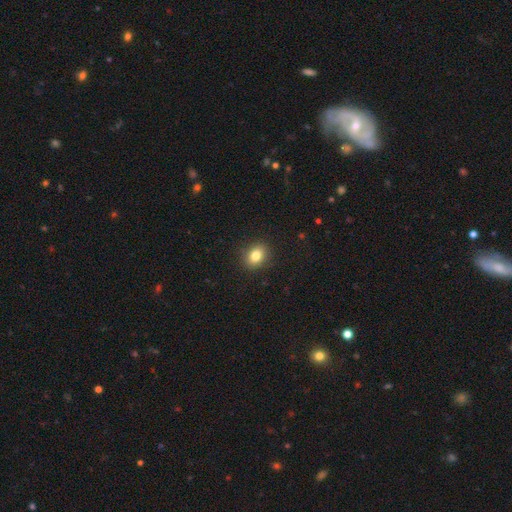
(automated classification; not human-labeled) smooth_or_featured: smooth (p=0.82) [alt: star or artifact p=0.10]
how_rounded: in between (p=0.50) [alt: round p=0.49]
merging: none (p=0.89) [alt: minor disturbance p=0.07]